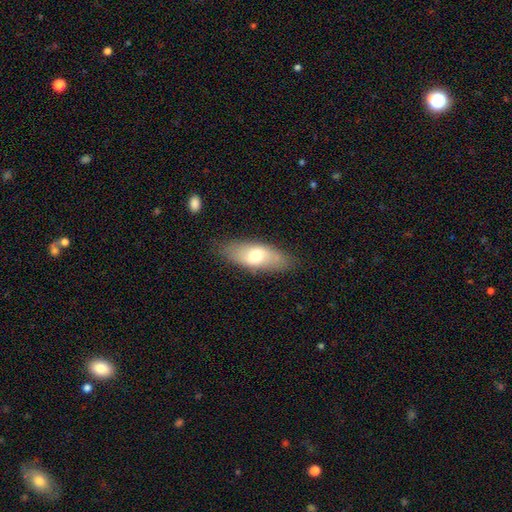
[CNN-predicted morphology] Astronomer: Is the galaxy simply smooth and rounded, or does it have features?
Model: smooth — 64%.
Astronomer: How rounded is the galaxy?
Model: in between — 74%.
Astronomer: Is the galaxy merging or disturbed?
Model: none — 83%.